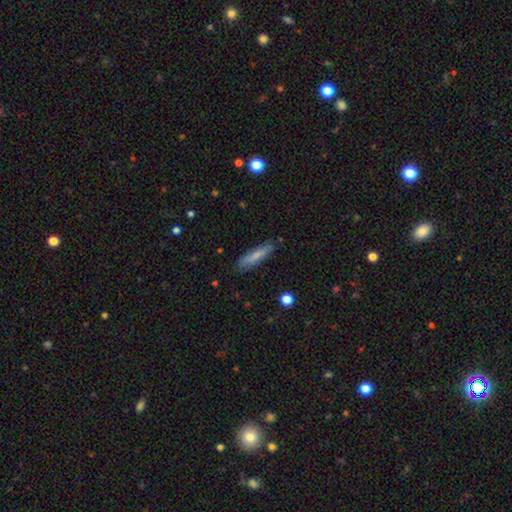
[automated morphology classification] Smooth or featured? smooth (76%)
How rounded? cigar-shaped (83%)
Merging? none (84%)